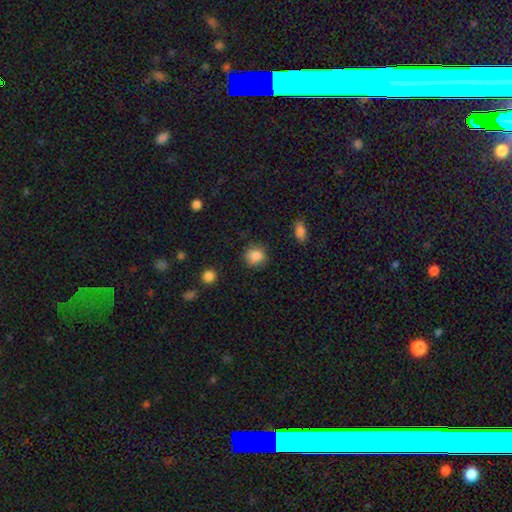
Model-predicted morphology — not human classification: Smooth or featured: smooth — 86% (star or artifact — 9%)
How rounded: round — 82% (in between — 17%)
Merging: none — 83% (minor disturbance — 12%)